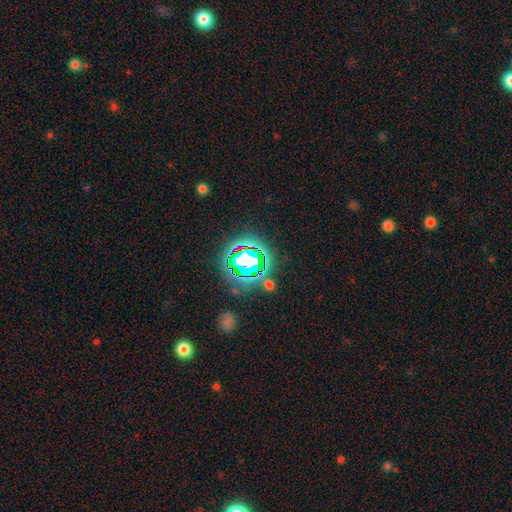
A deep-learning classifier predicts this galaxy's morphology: A star or artifact, not a galaxy (67%).